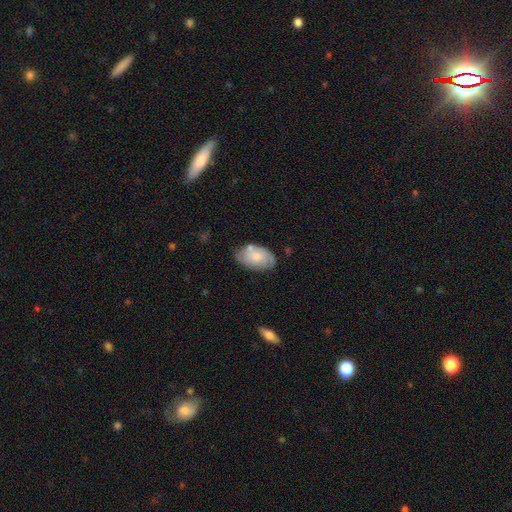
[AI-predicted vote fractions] This is possibly a smooth galaxy (50%). How rounded: clearly in between (90%). Merging: likely none (63%).